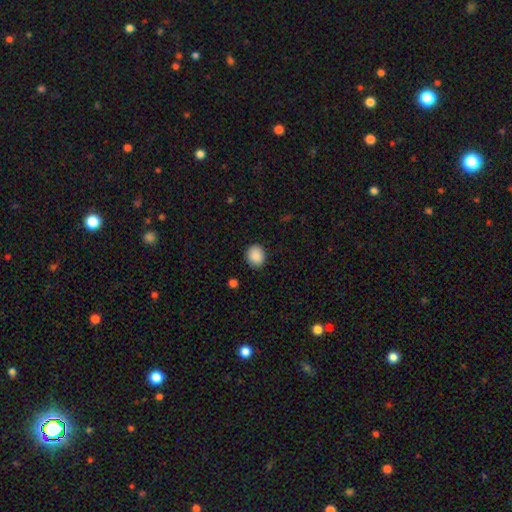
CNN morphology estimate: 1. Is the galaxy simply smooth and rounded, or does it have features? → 89% smooth, 8% star or artifact, 3% featured or disk.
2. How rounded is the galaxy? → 72% round, 27% in between, 1% cigar-shaped.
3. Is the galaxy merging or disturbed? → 89% none, 8% minor disturbance, 2% major disturbance, 1% merger.